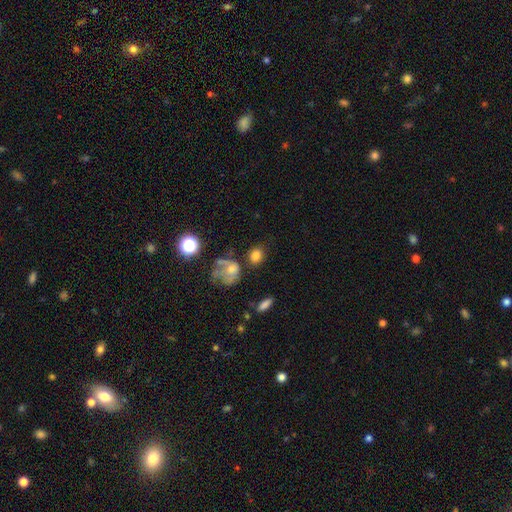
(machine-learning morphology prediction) smooth 75%, star or artifact 13%, featured or disk 12%. Down the decision tree: how rounded — round (51%); merging — none (56%).